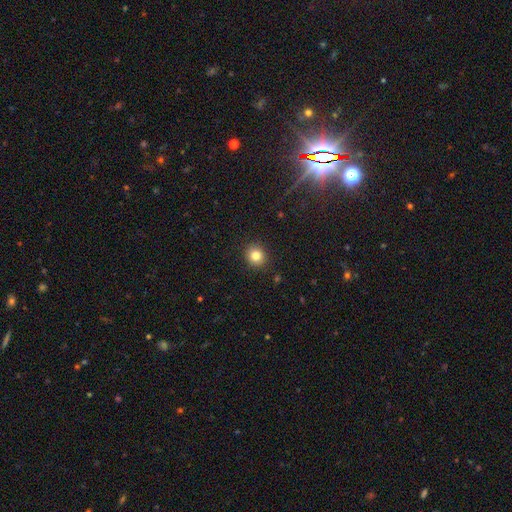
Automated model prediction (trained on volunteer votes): Smooth or featured: smooth — 83% (star or artifact — 11%)
How rounded: round — 85% (in between — 14%)
Merging: none — 91% (minor disturbance — 6%)